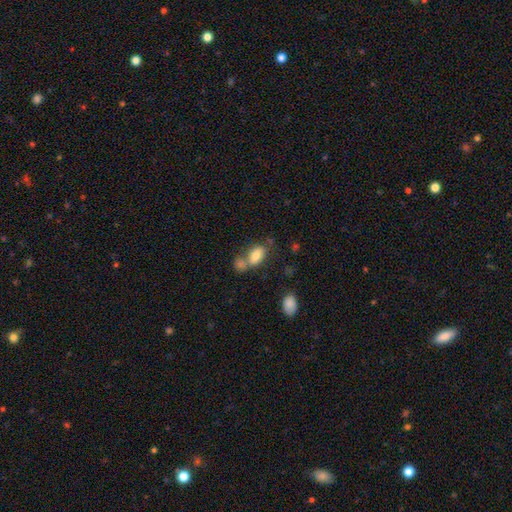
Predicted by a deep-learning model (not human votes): This appears to be a smooth galaxy with no disk features (77%) that is in between round and cigar-shaped (88%). Merging: merger (41%, tied with none).